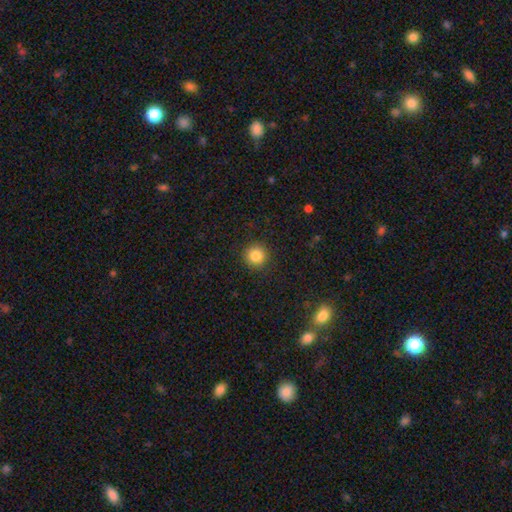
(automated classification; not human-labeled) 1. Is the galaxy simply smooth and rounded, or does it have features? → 84% smooth, 10% star or artifact, 5% featured or disk.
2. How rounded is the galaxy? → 94% round, 5% in between, 1% cigar-shaped.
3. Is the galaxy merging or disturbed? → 91% none, 6% minor disturbance, 2% major disturbance, 1% merger.